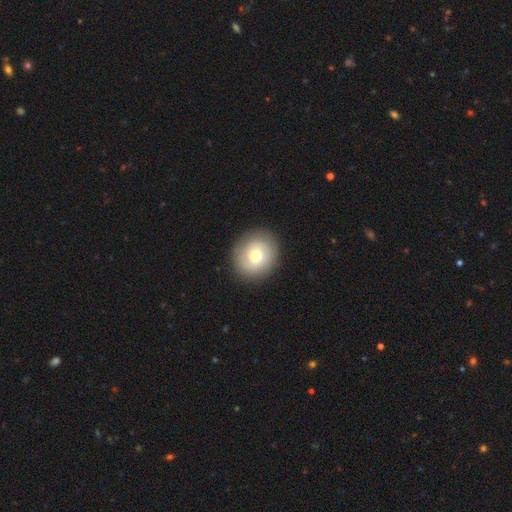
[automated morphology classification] type=smooth (66%); roundness=round (82%); merging=none (88%).